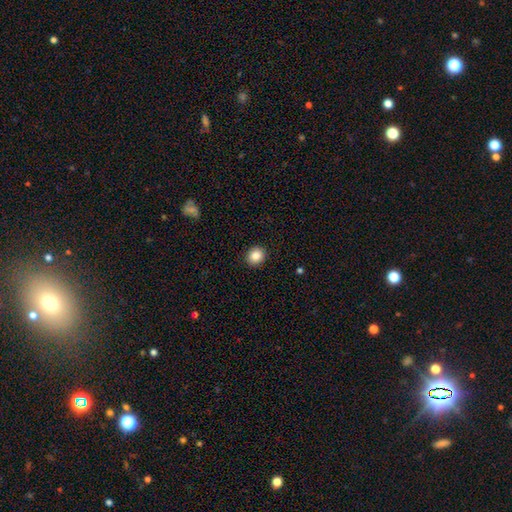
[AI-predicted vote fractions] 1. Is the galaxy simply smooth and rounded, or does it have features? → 86% smooth, 9% star or artifact, 5% featured or disk.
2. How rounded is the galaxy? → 76% round, 23% in between, 1% cigar-shaped.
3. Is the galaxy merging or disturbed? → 92% none, 6% minor disturbance, 2% major disturbance, 1% merger.